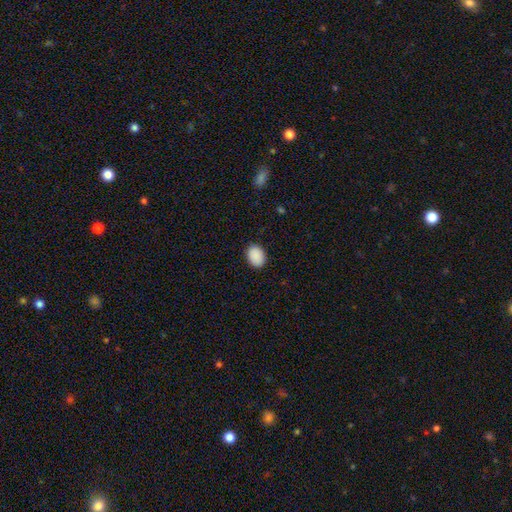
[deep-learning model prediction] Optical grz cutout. It shows a smooth galaxy with no disk features (90%) that is in between round and cigar-shaped (73%). Merging: none (89%).